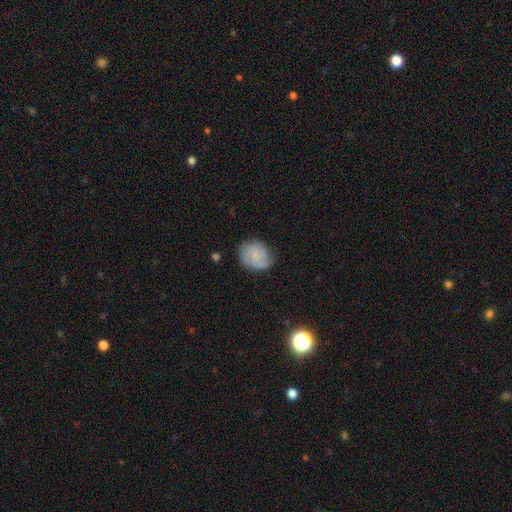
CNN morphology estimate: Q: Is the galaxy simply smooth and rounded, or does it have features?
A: smooth — 50%.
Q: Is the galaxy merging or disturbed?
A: none — 67%.